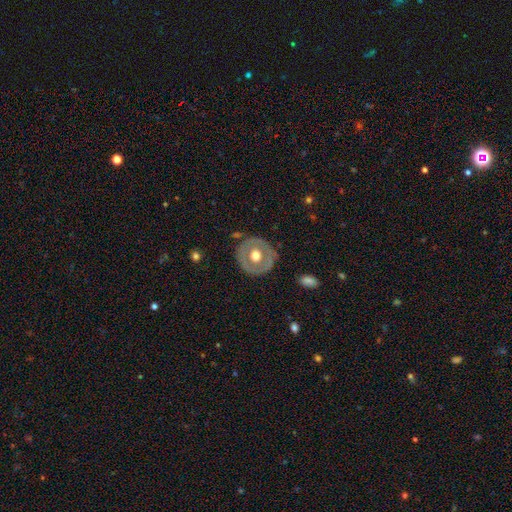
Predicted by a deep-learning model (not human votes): This is possibly a featured or disk galaxy (52%). It is clearly not viewed edge-on (94%). Merging: clearly none (83%).